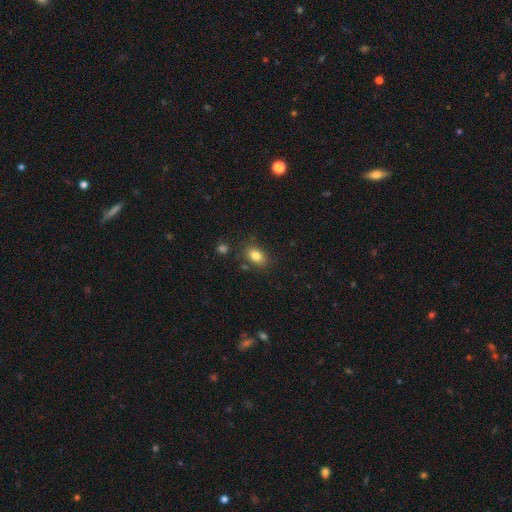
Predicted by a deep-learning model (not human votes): Smooth or featured?
  - smooth: 82% *
  - star or artifact: 10%
  - featured or disk: 8%
How rounded?
  - in between: 80% *
  - round: 19%
  - cigar-shaped: 1%
Merging?
  - none: 80% *
  - minor disturbance: 12%
  - merger: 4%
  - major disturbance: 3%